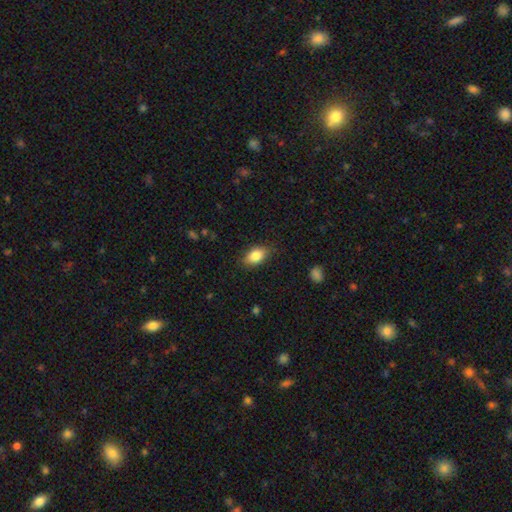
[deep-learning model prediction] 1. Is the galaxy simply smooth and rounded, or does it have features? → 83% smooth, 10% featured or disk, 8% star or artifact.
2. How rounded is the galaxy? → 86% in between, 10% round, 4% cigar-shaped.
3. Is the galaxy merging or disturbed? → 83% none, 13% minor disturbance, 3% major disturbance, 1% merger.